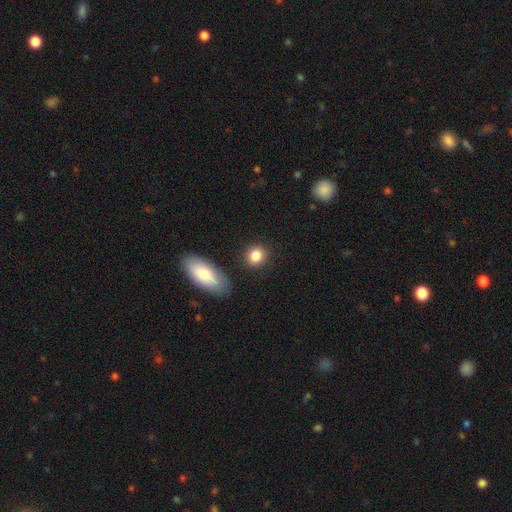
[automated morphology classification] Smooth or featured: smooth — 85% (star or artifact — 9%)
How rounded: round — 68% (in between — 30%)
Merging: none — 86% (minor disturbance — 8%)